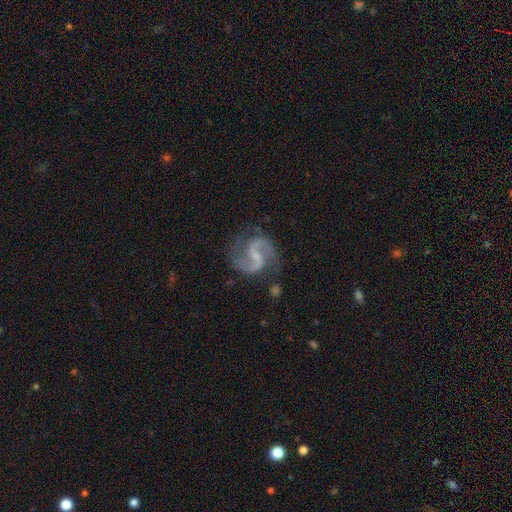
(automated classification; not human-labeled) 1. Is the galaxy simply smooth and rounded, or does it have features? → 93% featured or disk, 4% star or artifact, 3% smooth.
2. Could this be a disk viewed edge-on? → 99% no, 1% yes.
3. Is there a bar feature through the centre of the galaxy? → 52% weak, 29% no, 19% strong.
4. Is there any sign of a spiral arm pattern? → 98% yes, 2% no.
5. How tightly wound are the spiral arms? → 61% medium, 28% loose, 11% tight.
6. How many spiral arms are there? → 94% 2, 1% can't tell, 1% 3, 1% 1, 1% 4, 1% more than 4.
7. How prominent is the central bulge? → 55% small, 27% none, 17% moderate, 1% large, 1% dominant.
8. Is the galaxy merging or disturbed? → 77% none, 15% minor disturbance, 6% major disturbance, 2% merger.